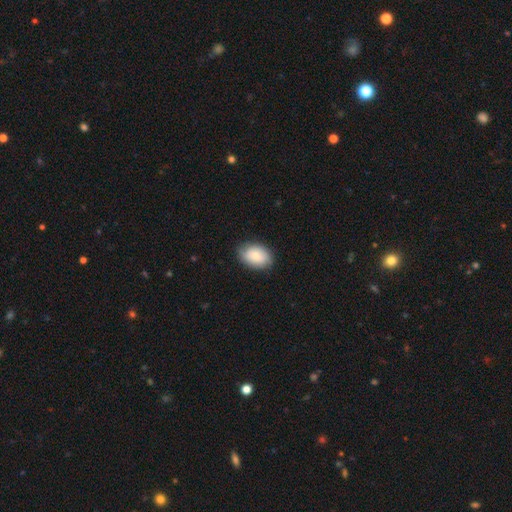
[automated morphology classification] Smooth or featured? Predicted: smooth (p=0.79). How rounded? Predicted: in between (p=0.84). Merging? Predicted: none (p=0.81).